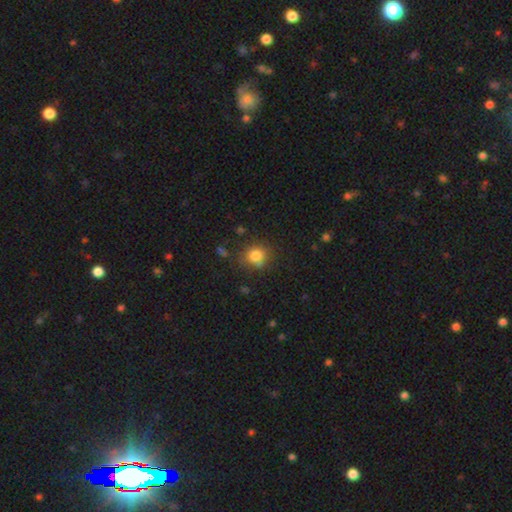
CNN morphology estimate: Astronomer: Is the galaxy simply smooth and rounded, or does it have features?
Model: smooth — 80%.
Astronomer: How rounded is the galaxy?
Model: round — 80%.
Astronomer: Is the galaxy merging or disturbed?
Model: none — 73%.